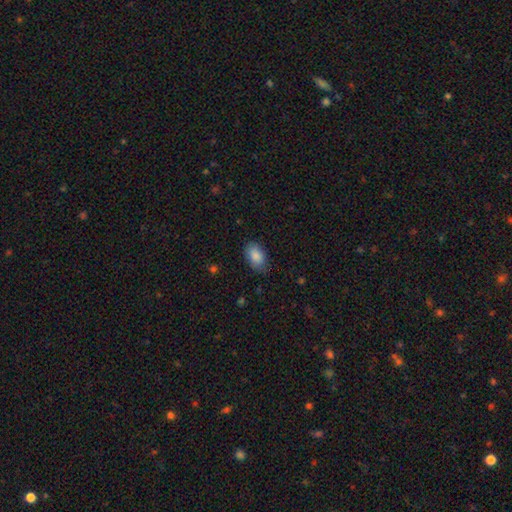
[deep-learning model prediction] smooth 88%, star or artifact 7%, featured or disk 5%. Down the decision tree: how rounded — in between (91%); merging — none (80%).